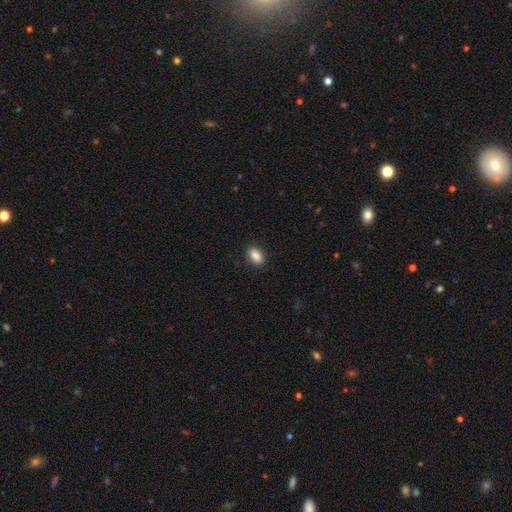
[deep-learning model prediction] Smooth or featured? Predicted: smooth (p=0.89). How rounded? Predicted: in between (p=0.89). Merging? Predicted: none (p=0.88).